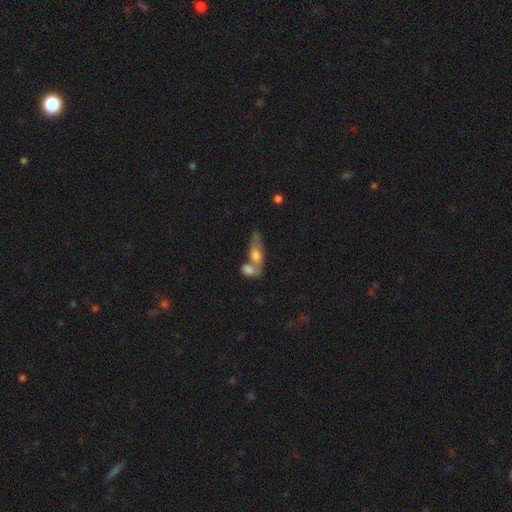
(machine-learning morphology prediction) This appears to be a smooth galaxy with no disk features (60%) that is in between round and cigar-shaped (67%). Merging: merger (53%).